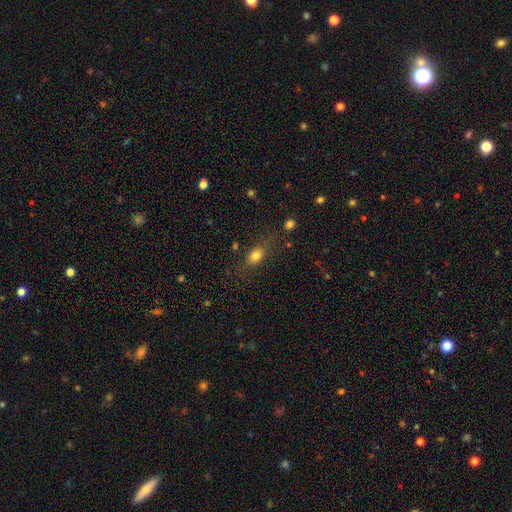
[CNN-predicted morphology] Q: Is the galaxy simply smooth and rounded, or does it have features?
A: smooth — 77%.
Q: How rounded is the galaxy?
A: in between — 70%.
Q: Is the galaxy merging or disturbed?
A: none — 70%.